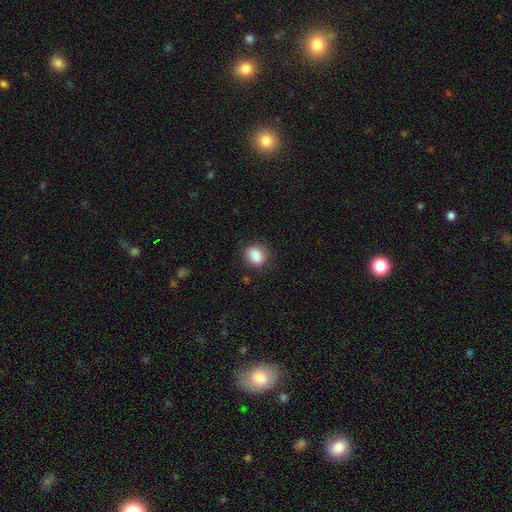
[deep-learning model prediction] The model was most divided on "how rounded": round: 58%, in between: 41%, cigar-shaped: 1%. More confident: smooth or featured — smooth (87%); merging — none (80%).